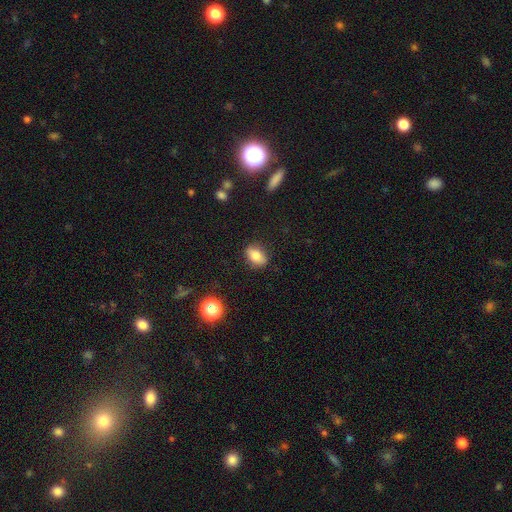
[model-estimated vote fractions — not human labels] This is clearly a smooth galaxy (82%). How rounded: clearly in between (83%). Merging: clearly none (84%).